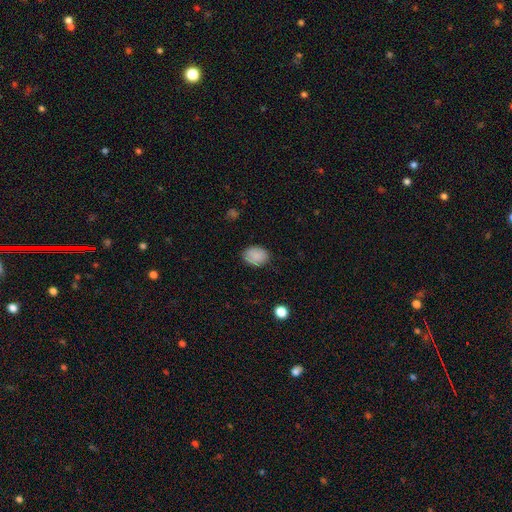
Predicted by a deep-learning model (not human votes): This is clearly a smooth galaxy (87%). How rounded: likely in between (67%). Merging: clearly none (83%).